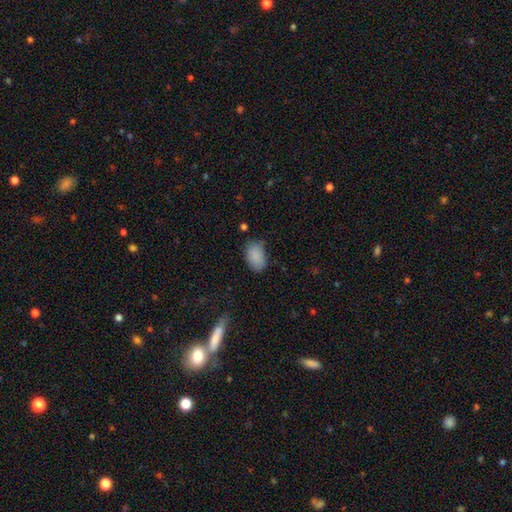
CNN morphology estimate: smooth 88%, star or artifact 7%, featured or disk 4%. Down the decision tree: how rounded — in between (90%); merging — none (75%).